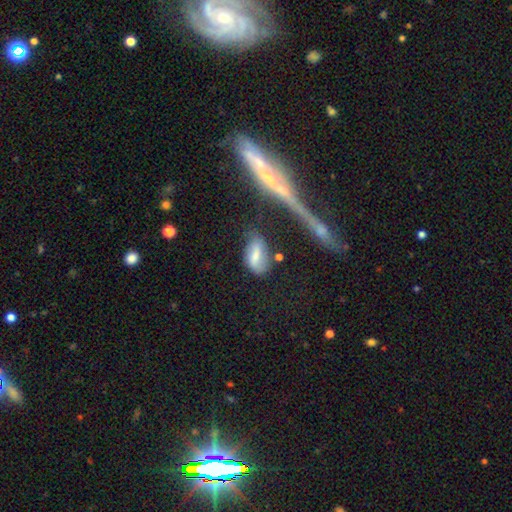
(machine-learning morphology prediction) Q: Smooth or featured?
A: smooth (61%); runner-up: featured or disk (29%)
Q: How rounded?
A: in between (86%); runner-up: cigar-shaped (7%)
Q: Merging?
A: none (48%); runner-up: minor disturbance (30%)